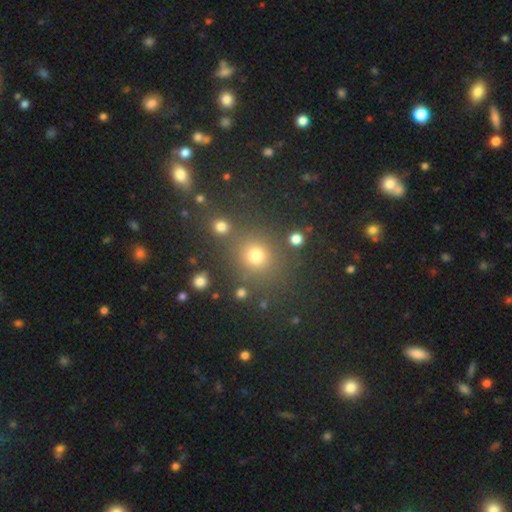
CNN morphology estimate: The model was most divided on "smooth or featured": smooth: 71%, star or artifact: 22%, featured or disk: 7%. More confident: how rounded — round (85%); merging — none (74%).